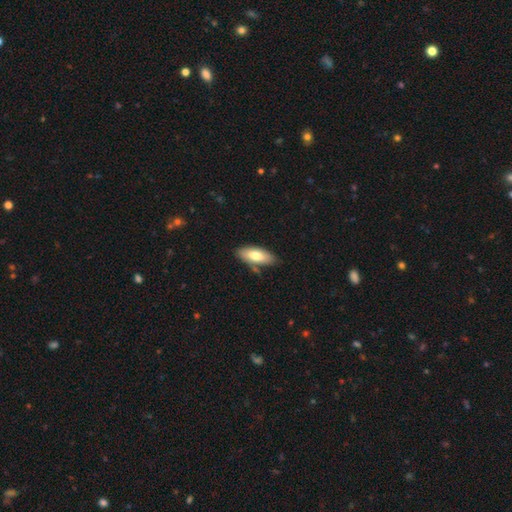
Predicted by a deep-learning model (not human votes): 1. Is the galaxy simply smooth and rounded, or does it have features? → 75% smooth, 19% featured or disk, 6% star or artifact.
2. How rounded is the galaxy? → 81% in between, 17% cigar-shaped, 2% round.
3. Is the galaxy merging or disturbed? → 75% none, 16% minor disturbance, 5% merger, 3% major disturbance.